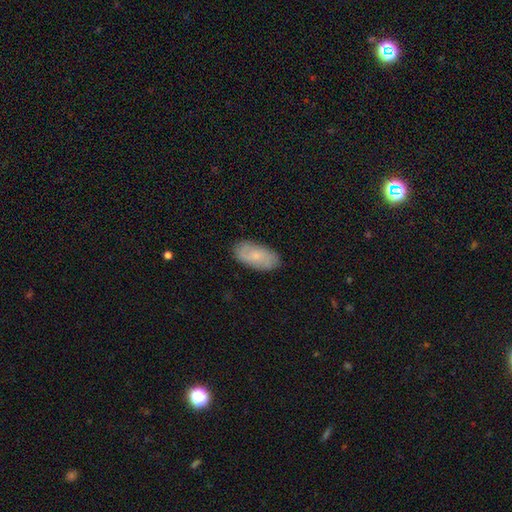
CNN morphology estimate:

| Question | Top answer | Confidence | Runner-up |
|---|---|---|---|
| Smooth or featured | smooth | 56% | featured or disk (36%) |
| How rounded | in between | 91% | cigar-shaped (6%) |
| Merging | none | 82% | minor disturbance (14%) |